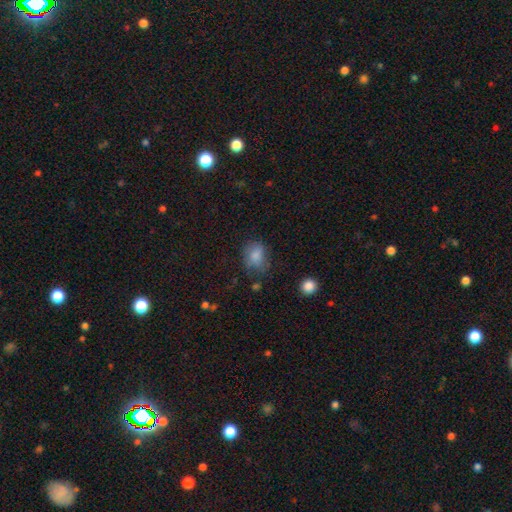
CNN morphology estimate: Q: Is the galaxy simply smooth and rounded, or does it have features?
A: smooth — 80%.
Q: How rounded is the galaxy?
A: in between — 63%.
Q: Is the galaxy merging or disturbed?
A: none — 53%.